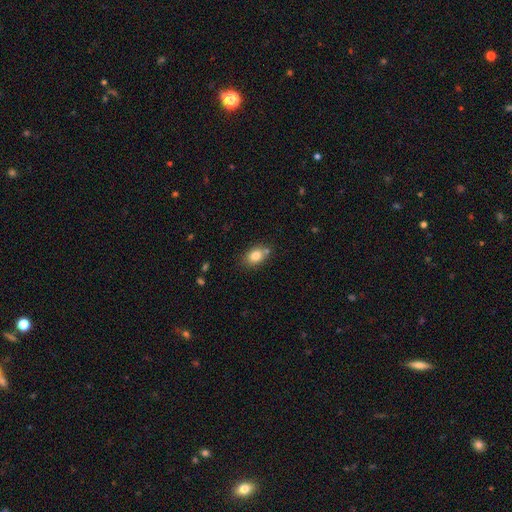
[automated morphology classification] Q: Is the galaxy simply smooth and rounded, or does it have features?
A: smooth — 81%.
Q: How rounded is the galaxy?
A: in between — 69%.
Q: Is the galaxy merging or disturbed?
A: none — 70%.